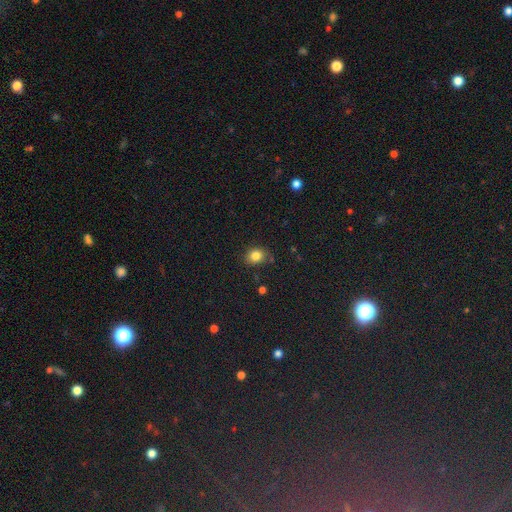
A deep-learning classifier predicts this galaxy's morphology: Smooth or featured? Predicted: smooth (p=0.83). How rounded? Predicted: round (p=0.59). Merging? Predicted: none (p=0.78).